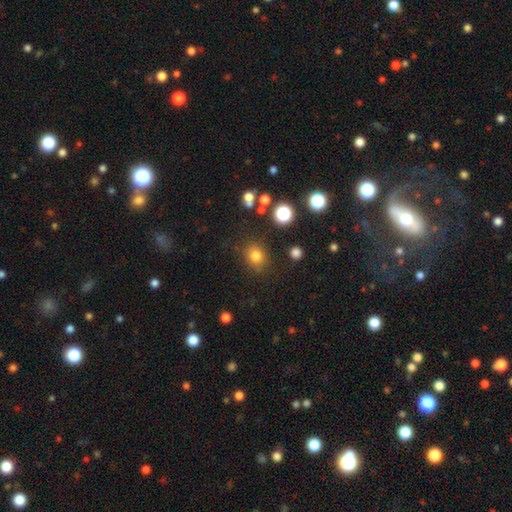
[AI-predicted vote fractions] Smooth or featured: smooth — 78% (star or artifact — 15%)
How rounded: round — 77% (in between — 22%)
Merging: none — 82% (minor disturbance — 11%)